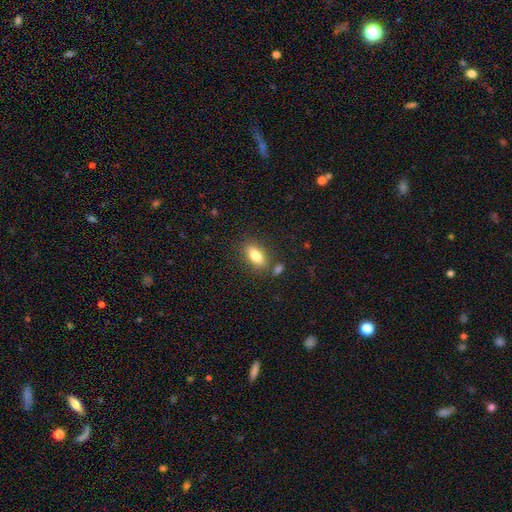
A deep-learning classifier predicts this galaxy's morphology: Smooth or featured? Predicted: smooth (p=0.82). How rounded? Predicted: in between (p=0.85). Merging? Predicted: none (p=0.77).